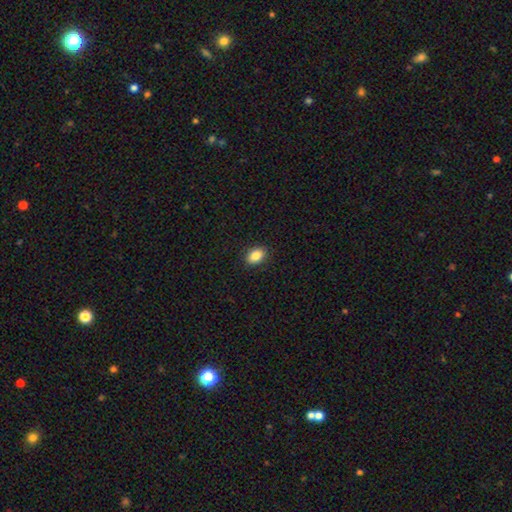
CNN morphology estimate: A smooth galaxy with no disk features (85%) that is in between round and cigar-shaped (84%).

Vote fractions:
- Smooth or featured? smooth: 85% / star or artifact: 8% / featured or disk: 6%
- How rounded? in between: 84% / round: 15% / cigar-shaped: 2%
- Merging? none: 89% / minor disturbance: 8% / major disturbance: 2% / merger: 1%